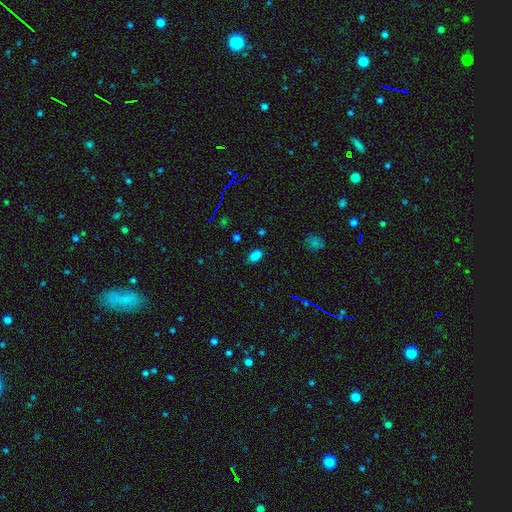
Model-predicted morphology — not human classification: Overall: smooth (77%). How rounded: in between (88%). Merging: none (78%).